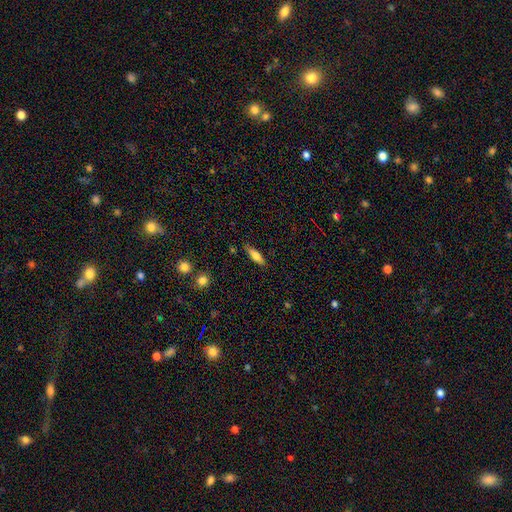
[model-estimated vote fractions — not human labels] Smooth or featured? smooth (72%)
How rounded? in between (53%)
Merging? none (81%)